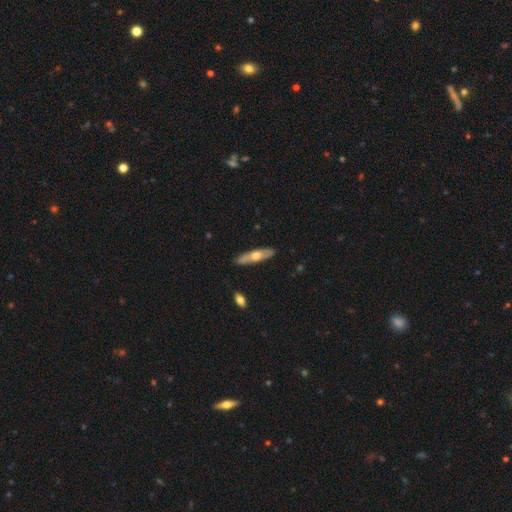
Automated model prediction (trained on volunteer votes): smooth 48%, featured or disk 47%, star or artifact 5%. Down the decision tree: merging — none (87%).